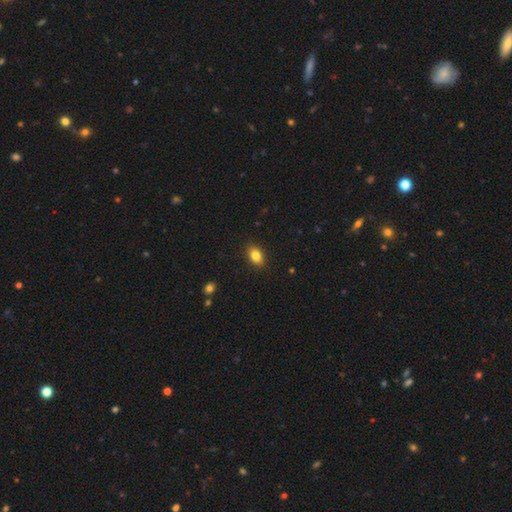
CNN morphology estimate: Smooth or featured: smooth — 84% (star or artifact — 9%)
How rounded: in between — 85% (round — 13%)
Merging: none — 89% (minor disturbance — 8%)